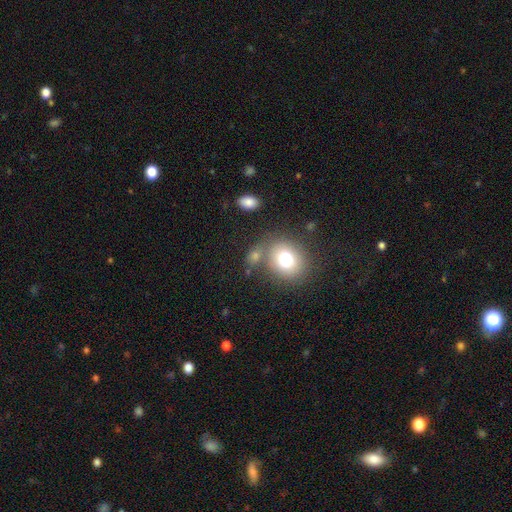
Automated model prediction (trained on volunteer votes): This appears to be a smooth galaxy with no disk features (69%) that is round (66%). Merging: none (64%).